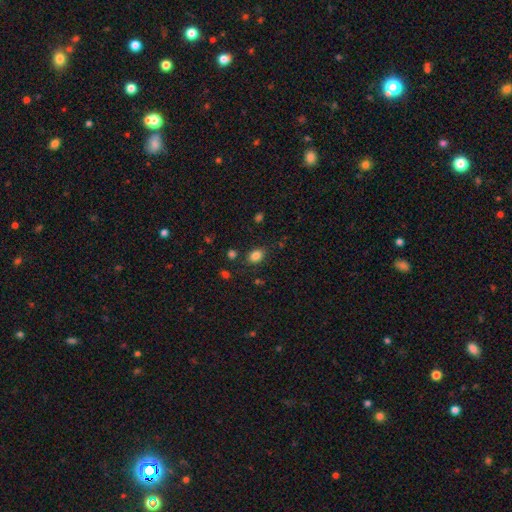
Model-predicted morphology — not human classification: smooth-or-featured: smooth: 83% | star or artifact: 12% | featured or disk: 5%
  how-rounded: in between: 68% | round: 31% | cigar-shaped: 1%
  merging: none: 82% | minor disturbance: 12% | major disturbance: 4% | merger: 3%